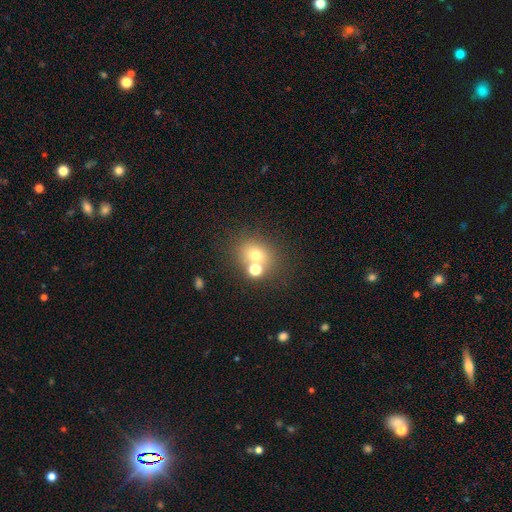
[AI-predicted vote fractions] Overall: smooth (67%). How rounded: round (68%; in between 31%). Merging: none (57%; merger 30%).